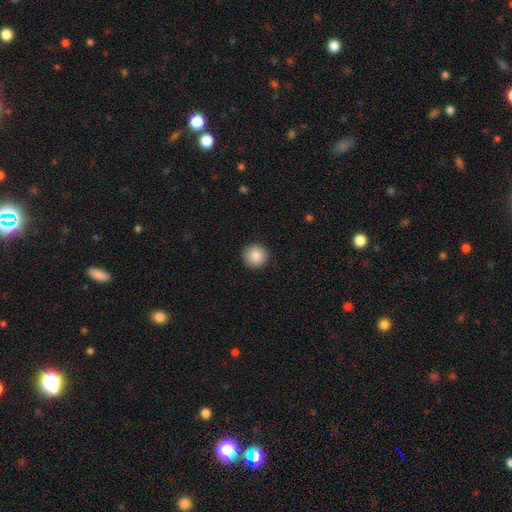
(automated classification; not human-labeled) The model was most divided on "smooth or featured": smooth: 89%, star or artifact: 8%, featured or disk: 4%. More confident: how rounded — round (95%); merging — none (92%).